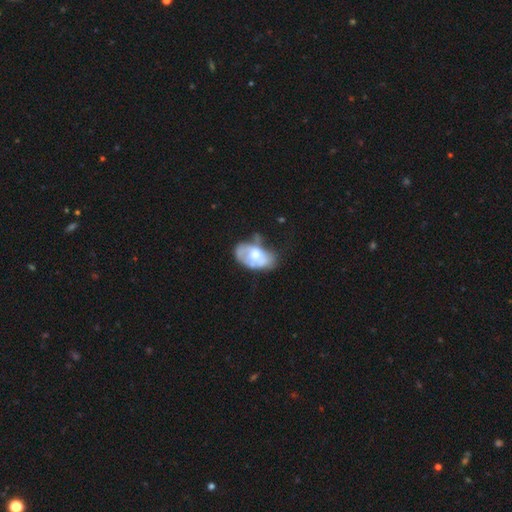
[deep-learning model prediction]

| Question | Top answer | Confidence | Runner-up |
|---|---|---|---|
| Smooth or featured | featured or disk | 49% | smooth (45%) |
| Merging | minor disturbance | 33% | none (32%) |